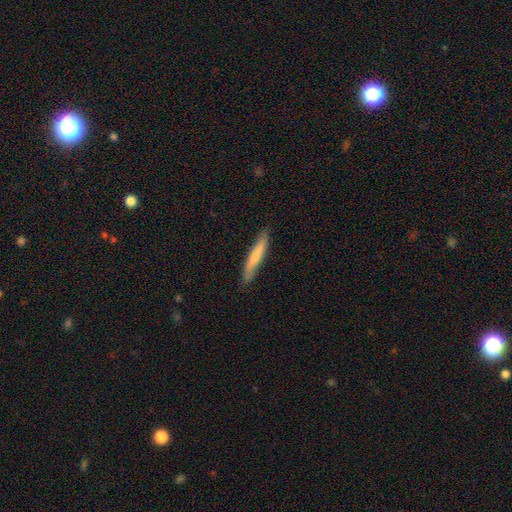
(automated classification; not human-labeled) smooth_or_featured: smooth (p=0.64) [alt: featured or disk p=0.31]
how_rounded: cigar-shaped (p=0.92) [alt: in between p=0.07]
merging: none (p=0.83) [alt: minor disturbance p=0.13]